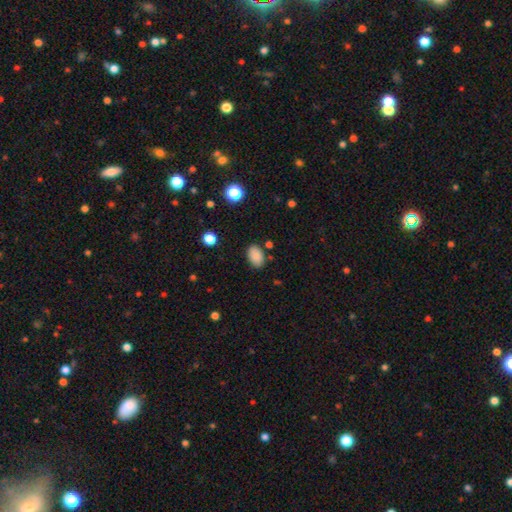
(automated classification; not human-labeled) Q: Smooth or featured?
A: smooth (86%); runner-up: star or artifact (9%)
Q: How rounded?
A: in between (89%); runner-up: round (10%)
Q: Merging?
A: none (84%); runner-up: minor disturbance (11%)